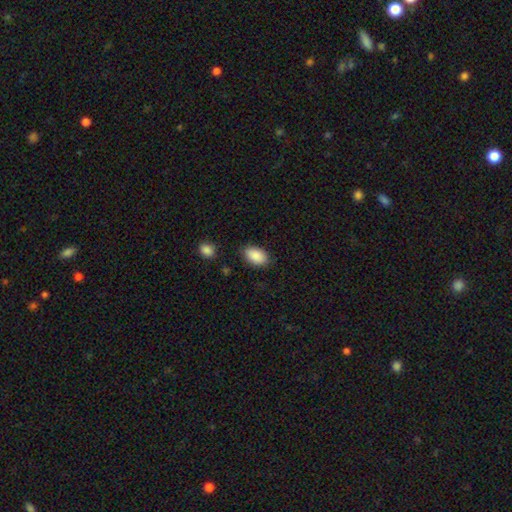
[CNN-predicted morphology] type=smooth (89%); roundness=in between (92%); merging=none (83%).